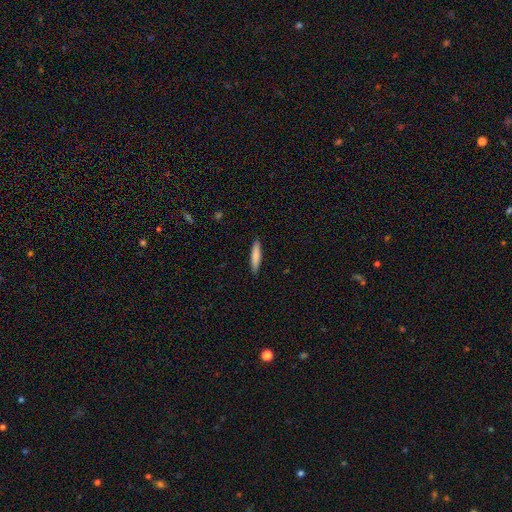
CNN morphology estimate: Q: Smooth or featured?
A: smooth (81%); runner-up: featured or disk (13%)
Q: How rounded?
A: cigar-shaped (85%); runner-up: in between (14%)
Q: Merging?
A: none (91%); runner-up: minor disturbance (7%)